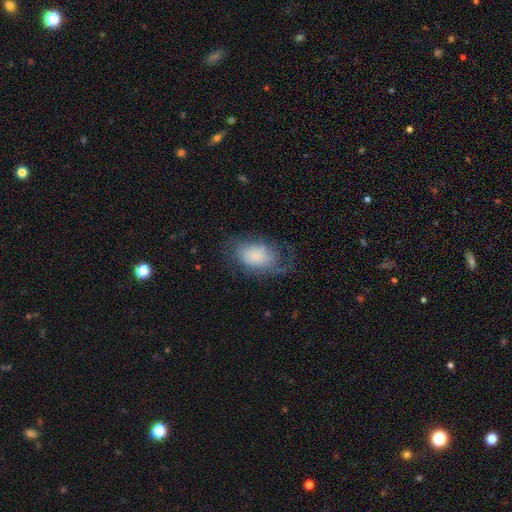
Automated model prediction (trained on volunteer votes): This is possibly a smooth galaxy (58%). How rounded: clearly in between (89%). Merging: possibly none (46%).